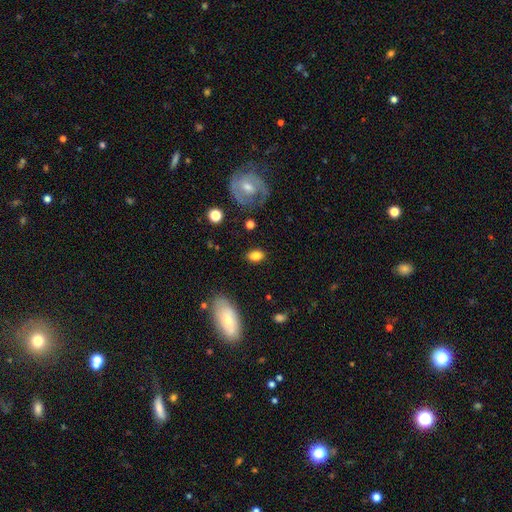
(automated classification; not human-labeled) Smooth or featured: smooth — 81% (featured or disk — 11%)
How rounded: in between — 86% (round — 12%)
Merging: none — 81% (minor disturbance — 12%)